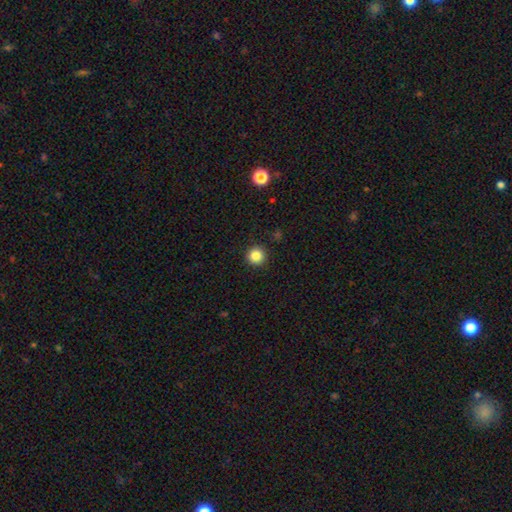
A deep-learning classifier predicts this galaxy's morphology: smooth-or-featured: smooth: 85% | star or artifact: 11% | featured or disk: 4%
  how-rounded: round: 95% | in between: 4% | cigar-shaped: 1%
  merging: none: 92% | minor disturbance: 5% | major disturbance: 2% | merger: 1%